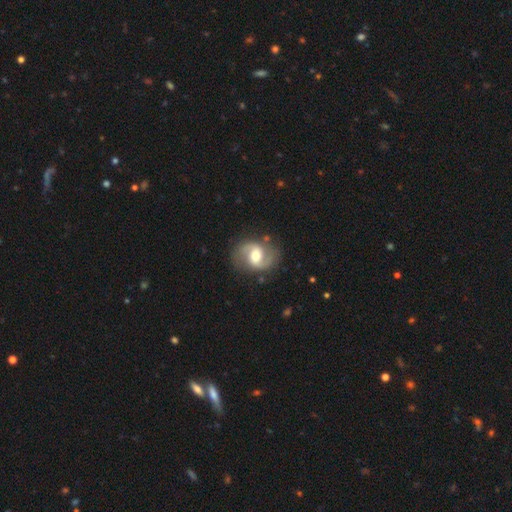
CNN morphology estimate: smooth_or_featured: featured or disk (p=0.81) [alt: smooth p=0.13]
disk_edge_on: no (p=0.98) [alt: yes p=0.02]
bar: weak (p=0.48) [alt: no p=0.31]
has_spiral_arms: yes (p=0.92) [alt: no p=0.08]
spiral_winding: medium (p=0.51) [alt: loose p=0.34]
spiral_arm_count: 2 (p=0.92) [alt: can't tell p=0.03]
bulge_size: moderate (p=0.69) [alt: small p=0.15]
merging: none (p=0.81) [alt: minor disturbance p=0.12]